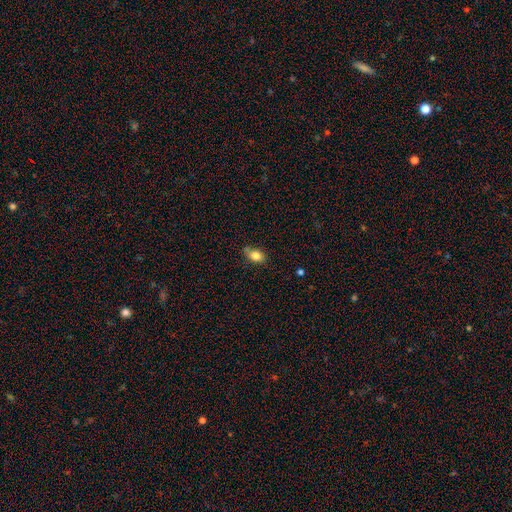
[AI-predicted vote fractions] A smooth galaxy with no disk features (83%) that is in between round and cigar-shaped (81%). Merging: none (65%).